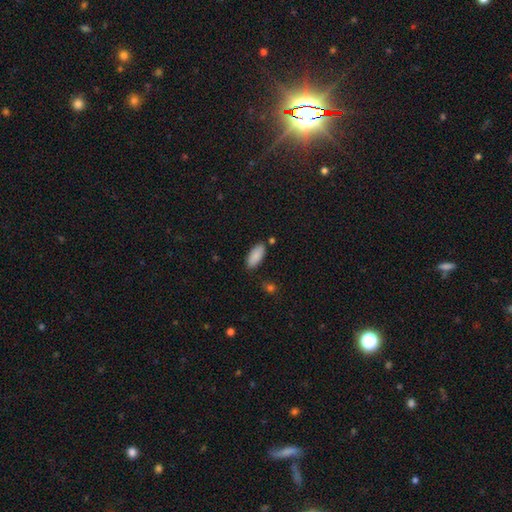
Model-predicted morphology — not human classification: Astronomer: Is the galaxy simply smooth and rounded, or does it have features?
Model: smooth — 88%.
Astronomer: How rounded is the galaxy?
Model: in between — 89%.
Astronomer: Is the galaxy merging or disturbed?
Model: none — 82%.